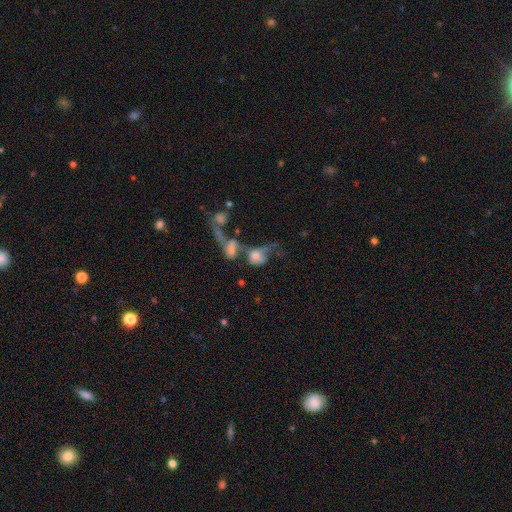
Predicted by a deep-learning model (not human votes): Smooth or featured?
  - smooth: 48% *
  - featured or disk: 39%
  - star or artifact: 13%
Merging?
  - merger: 55% *
  - major disturbance: 25%
  - none: 12%
  - minor disturbance: 7%